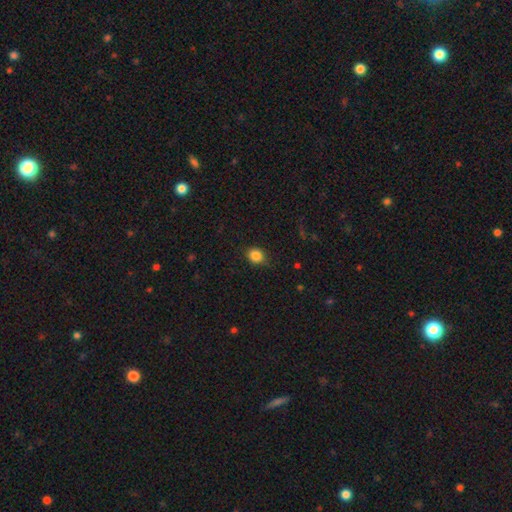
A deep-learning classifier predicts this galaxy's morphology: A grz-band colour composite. It shows a smooth galaxy with no disk features (85%) that is round (66%). Merging: none (83%).